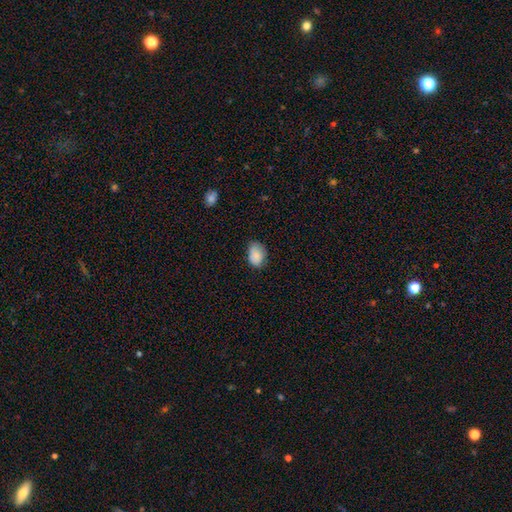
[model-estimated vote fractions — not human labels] The model was most divided on "merging": none: 65%, minor disturbance: 29%, major disturbance: 5%, merger: 1%. More confident: smooth or featured — smooth (85%); how rounded — in between (80%).